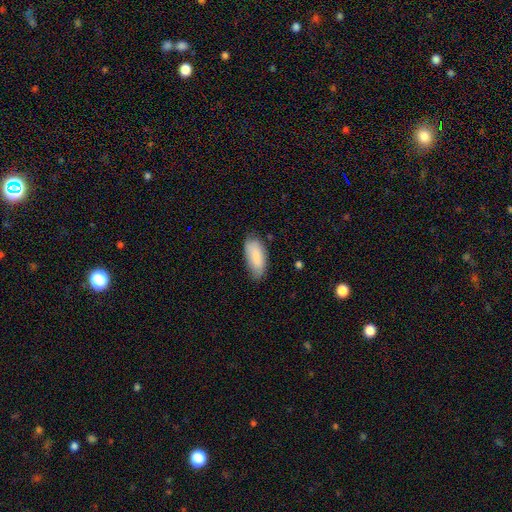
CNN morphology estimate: smooth_or_featured: smooth (p=0.85) [alt: featured or disk p=0.09]
how_rounded: in between (p=0.86) [alt: cigar-shaped p=0.12]
merging: none (p=0.68) [alt: minor disturbance p=0.26]